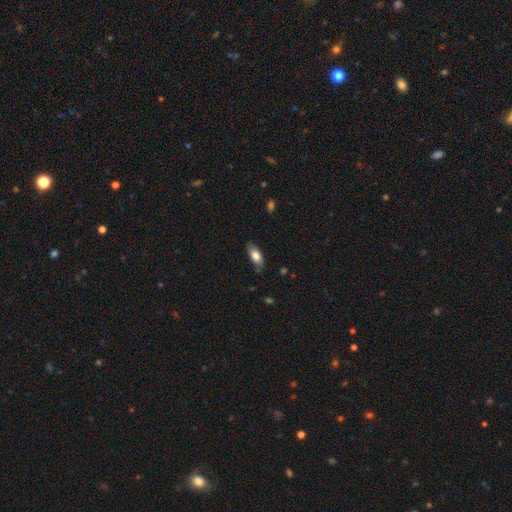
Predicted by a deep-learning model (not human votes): This is likely a smooth galaxy (76%). How rounded: clearly in between (84%). Merging: likely none (76%).